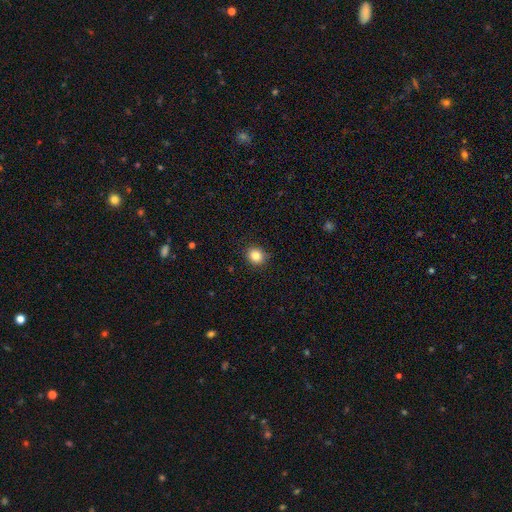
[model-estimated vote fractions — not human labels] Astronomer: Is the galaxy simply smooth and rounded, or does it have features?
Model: smooth — 85%.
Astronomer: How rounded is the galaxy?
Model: round — 75%.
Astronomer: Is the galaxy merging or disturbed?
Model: none — 87%.